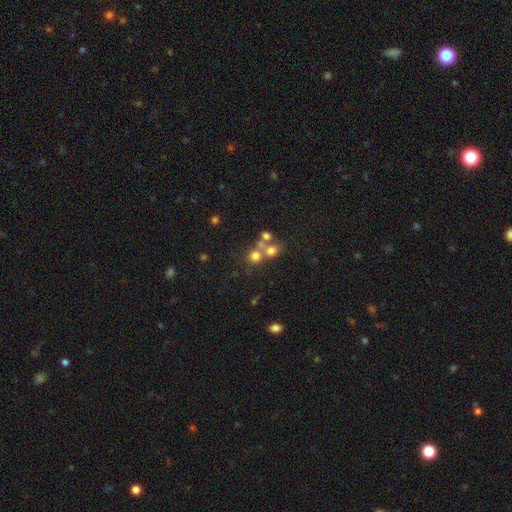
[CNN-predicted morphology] This appears to be a smooth galaxy with no disk features (66%) that is round (85%). Merging: merger (46%).